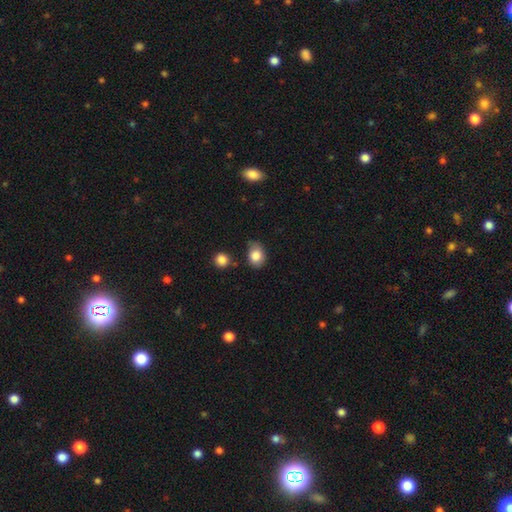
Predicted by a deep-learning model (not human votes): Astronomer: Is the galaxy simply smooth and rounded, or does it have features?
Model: smooth — 84%.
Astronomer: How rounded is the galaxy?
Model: in between — 51% (runner-up: round, 48%).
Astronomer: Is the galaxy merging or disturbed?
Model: none — 63%.